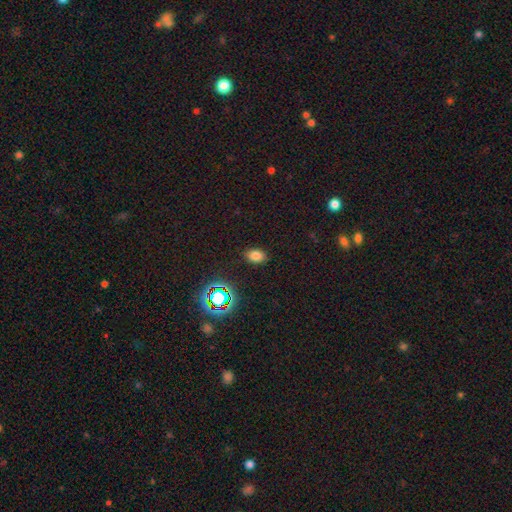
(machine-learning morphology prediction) type=smooth (76%); roundness=in between (81%); merging=none (87%).